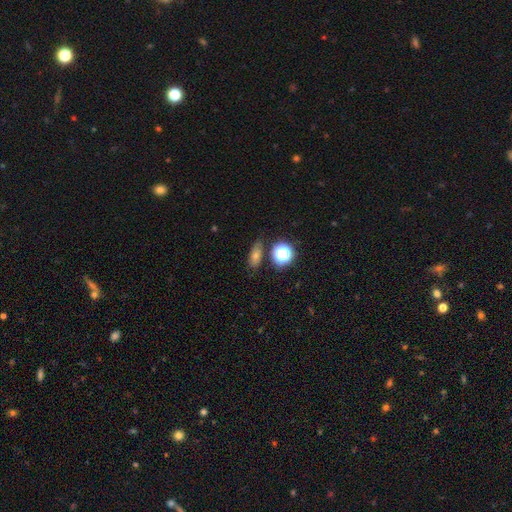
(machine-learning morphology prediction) A smooth galaxy with no disk features (50%) that is in between round and cigar-shaped (61%). Merging: none (76%).